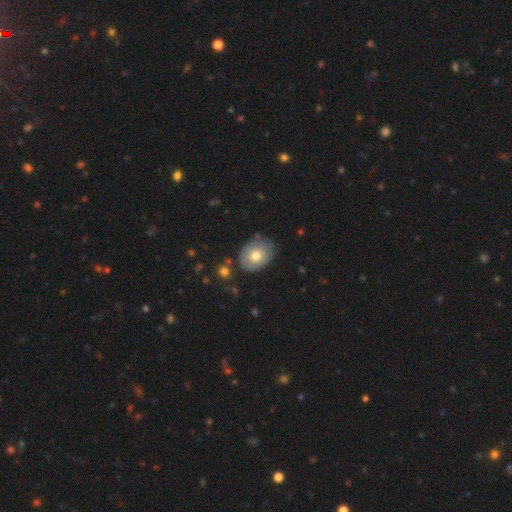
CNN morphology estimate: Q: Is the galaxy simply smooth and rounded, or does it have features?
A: smooth — 71%.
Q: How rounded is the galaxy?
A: in between — 64%.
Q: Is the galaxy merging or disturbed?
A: none — 75%.